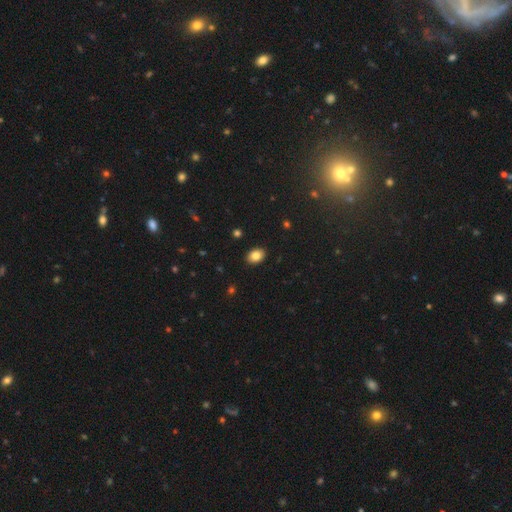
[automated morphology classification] A smooth galaxy with no disk features (83%) that is in between round and cigar-shaped (74%). Merging: none (90%).